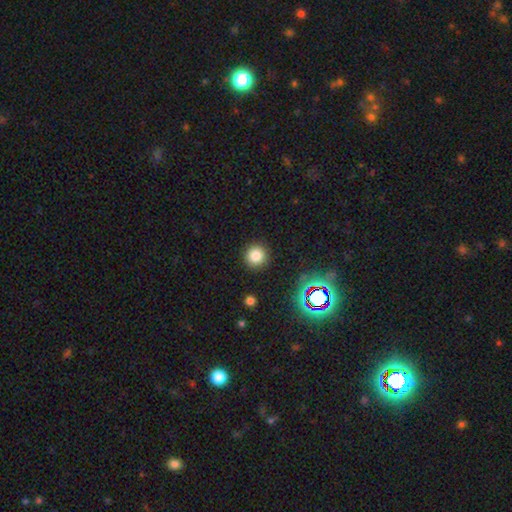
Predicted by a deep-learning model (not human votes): smooth_or_featured: smooth (p=0.79) [alt: star or artifact p=0.15]
how_rounded: round (p=0.94) [alt: in between p=0.05]
merging: none (p=0.90) [alt: minor disturbance p=0.06]